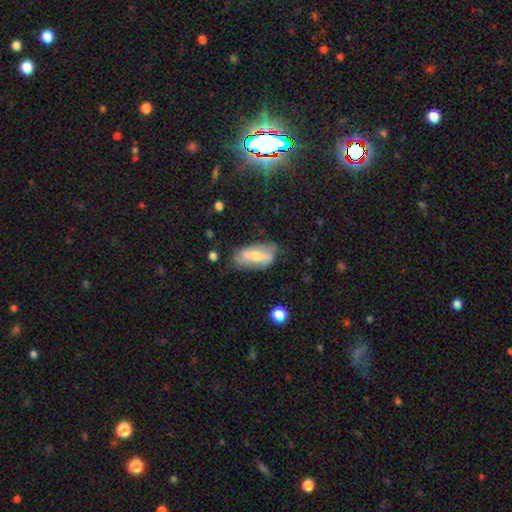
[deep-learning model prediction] Morphology: type=featured or disk (49%); merging=none (60%).